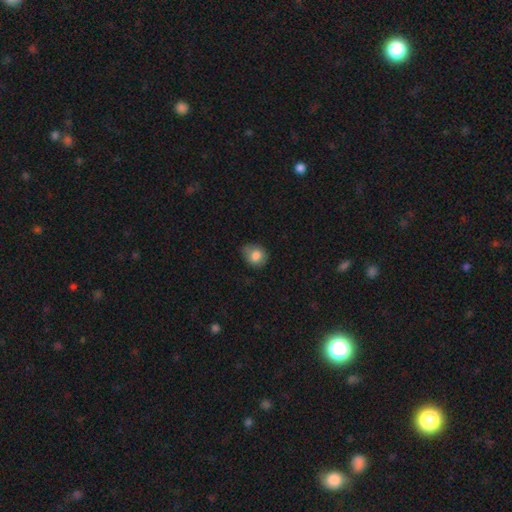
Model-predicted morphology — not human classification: smooth_or_featured: smooth (p=0.80) [alt: featured or disk p=0.11]
how_rounded: round (p=0.65) [alt: in between p=0.35]
merging: none (p=0.60) [alt: minor disturbance p=0.31]